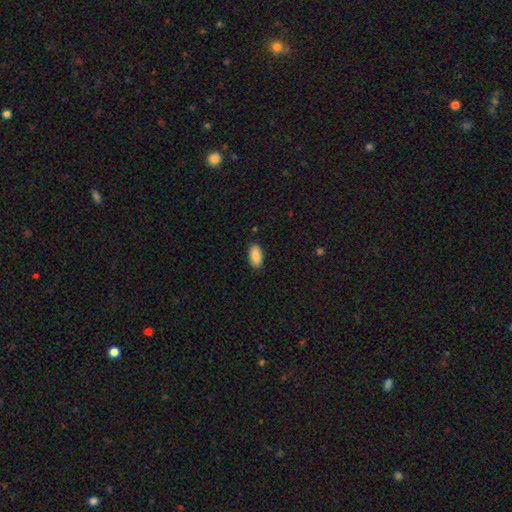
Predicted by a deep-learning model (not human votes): This is clearly a smooth galaxy (88%). How rounded: clearly in between (93%). Merging: clearly none (88%).